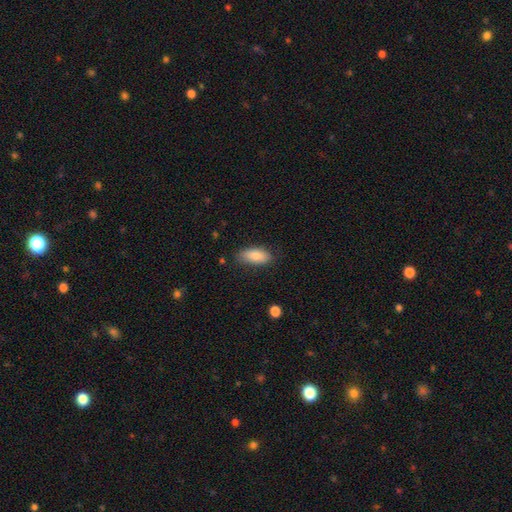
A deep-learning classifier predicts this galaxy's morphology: Smooth or featured: smooth — 85% (featured or disk — 8%)
How rounded: in between — 85% (cigar-shaped — 12%)
Merging: none — 79% (minor disturbance — 16%)